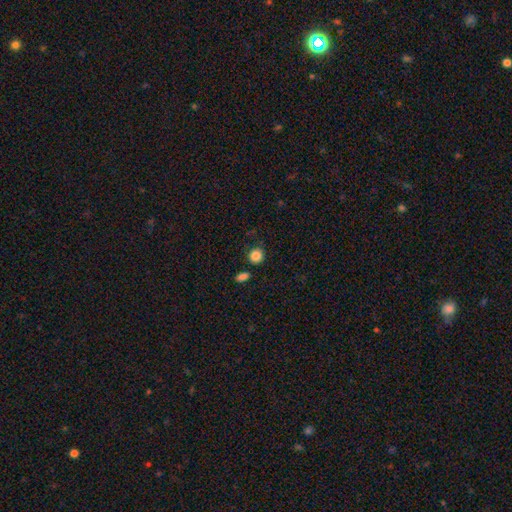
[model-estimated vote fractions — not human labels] Smooth or featured? smooth (86%)
How rounded? round (87%)
Merging? none (82%)